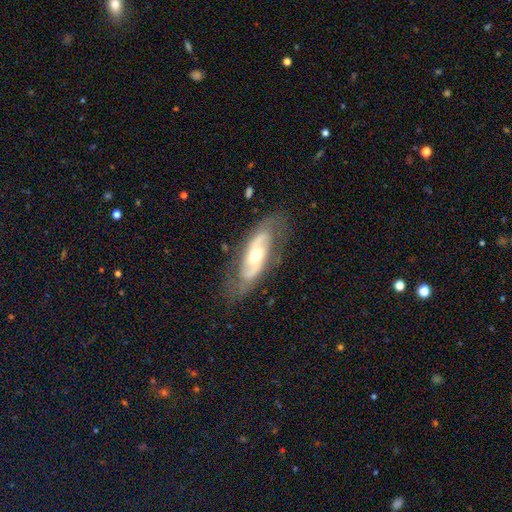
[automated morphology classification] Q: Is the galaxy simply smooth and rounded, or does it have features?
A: featured or disk — 77%.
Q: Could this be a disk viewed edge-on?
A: no — 88%.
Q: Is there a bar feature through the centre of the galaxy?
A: no — 63%.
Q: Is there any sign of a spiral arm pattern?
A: yes — 80%.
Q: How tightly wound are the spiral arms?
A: medium — 41%.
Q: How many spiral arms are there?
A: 2 — 80%.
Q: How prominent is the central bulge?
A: moderate — 59%.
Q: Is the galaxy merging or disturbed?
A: none — 73%.